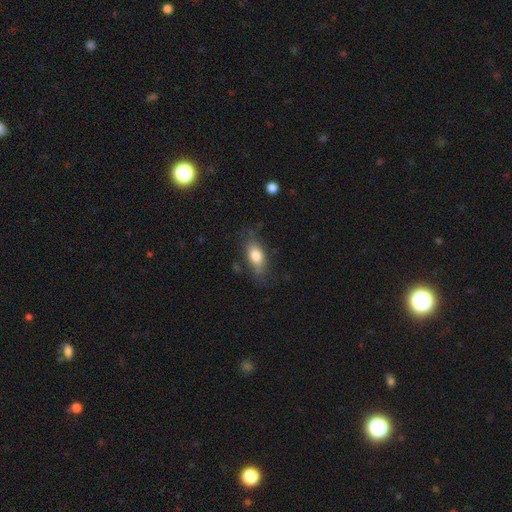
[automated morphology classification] Smooth or featured? smooth (77%)
How rounded? in between (83%)
Merging? none (68%)